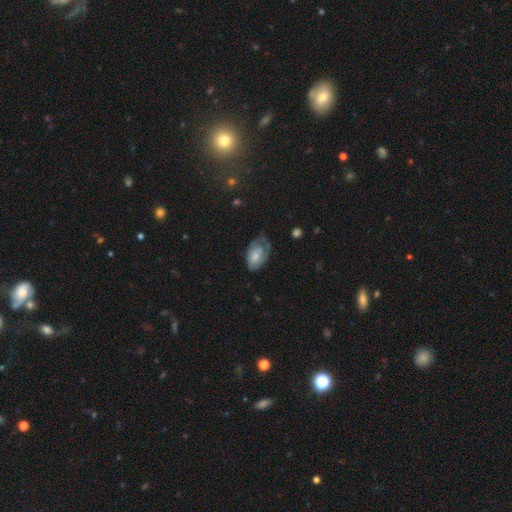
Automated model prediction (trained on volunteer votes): This appears to be a smooth galaxy with no disk features (55%) that is in between round and cigar-shaped (91%). Merging: none (45%).